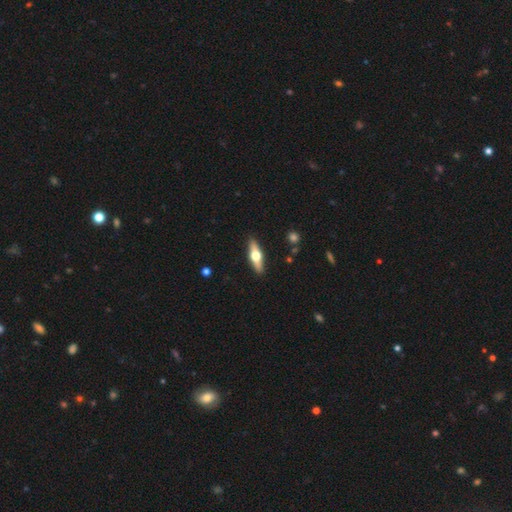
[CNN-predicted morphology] A featured or disk galaxy (60%) viewed edge-on (93%) with a rounded central bulge (96%). Merging: none (90%).